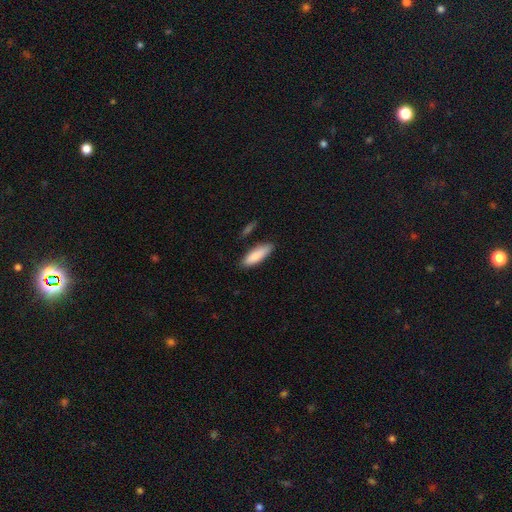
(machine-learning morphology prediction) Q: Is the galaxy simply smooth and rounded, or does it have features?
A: smooth — 87%.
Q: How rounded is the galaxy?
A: in between — 53%.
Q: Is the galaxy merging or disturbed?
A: none — 81%.